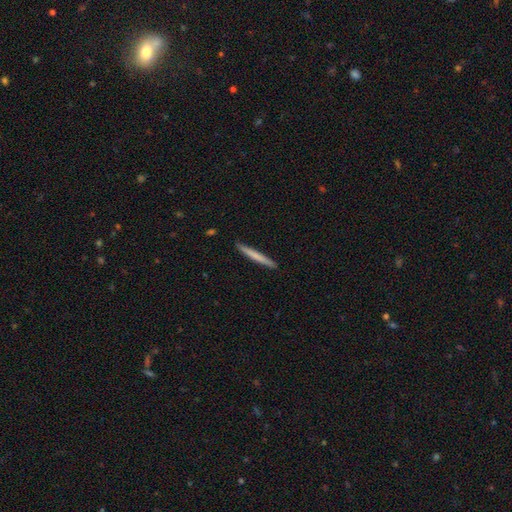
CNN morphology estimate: The model was most divided on "smooth or featured": smooth: 67%, featured or disk: 28%, star or artifact: 5%. More confident: how rounded — cigar-shaped (97%); merging — none (91%).